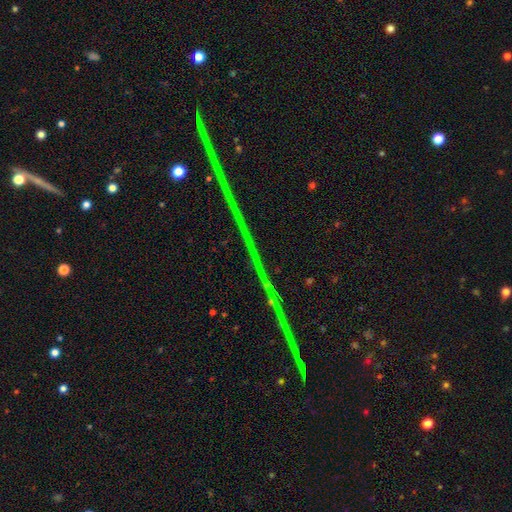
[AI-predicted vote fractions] Smooth or featured? star or artifact (87%)